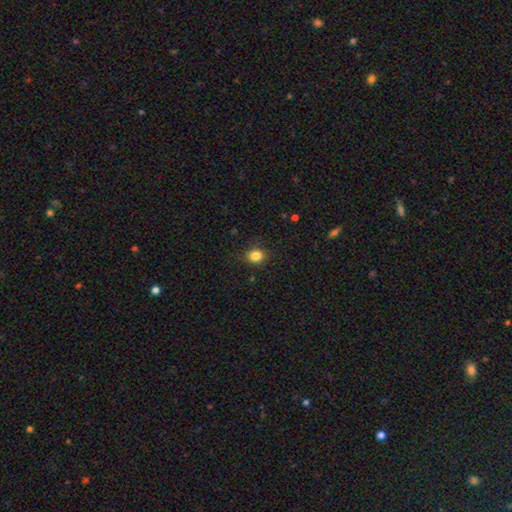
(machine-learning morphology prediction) Smooth or featured? smooth (84%)
How rounded? round (70%)
Merging? none (87%)